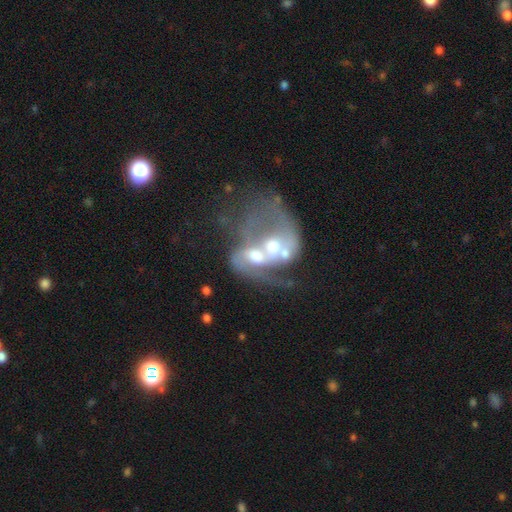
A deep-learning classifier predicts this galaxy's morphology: Smooth or featured?
  - featured or disk: 69% *
  - smooth: 21%
  - star or artifact: 9%
Edge-on disk?
  - no: 96% *
  - yes: 4%
Bar?
  - no: 69% *
  - weak: 23%
  - strong: 8%
Spiral arms?
  - yes: 61% *
  - no: 39%
Bulge size?
  - moderate: 57% *
  - large: 20%
  - small: 13%
  - none: 7%
  - dominant: 3%
Merging?
  - merger: 74% *
  - major disturbance: 14%
  - none: 7%
  - minor disturbance: 5%